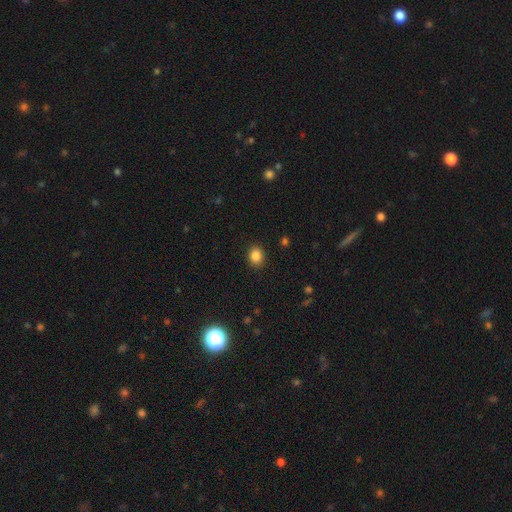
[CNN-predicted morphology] smooth-or-featured: smooth: 85% | star or artifact: 11% | featured or disk: 4%
  how-rounded: round: 63% | in between: 37% | cigar-shaped: 1%
  merging: none: 90% | minor disturbance: 7% | major disturbance: 2% | merger: 1%